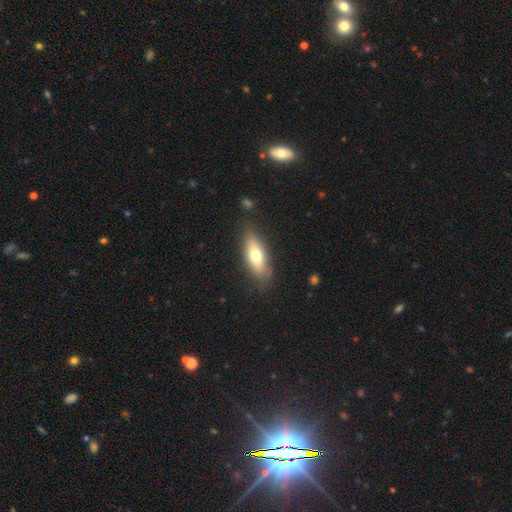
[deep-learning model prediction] Smooth or featured? smooth (65%)
How rounded? in between (66%)
Merging? none (81%)